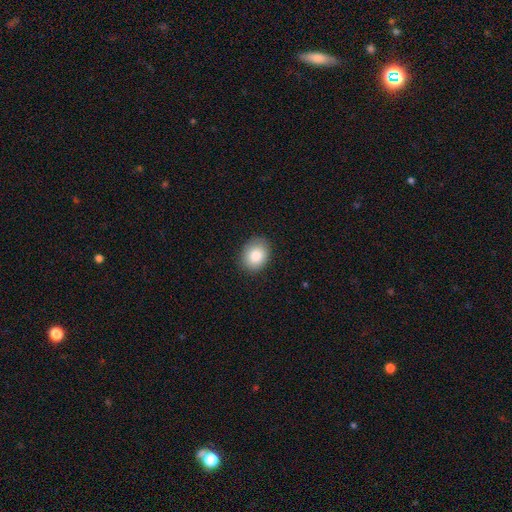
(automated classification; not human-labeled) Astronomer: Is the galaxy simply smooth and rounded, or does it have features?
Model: smooth — 84%.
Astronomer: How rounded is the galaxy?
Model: in between — 56% (runner-up: round, 43%).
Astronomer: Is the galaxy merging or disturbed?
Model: none — 87%.